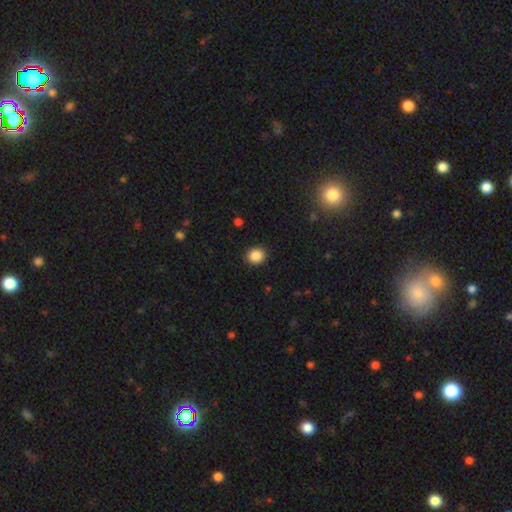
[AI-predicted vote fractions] A smooth galaxy with no disk features (87%) that is round (81%).

Vote fractions:
- Smooth or featured? smooth: 87% / star or artifact: 10% / featured or disk: 3%
- How rounded? round: 81% / in between: 19% / cigar-shaped: 1%
- Merging? none: 90% / minor disturbance: 7% / major disturbance: 2% / merger: 1%